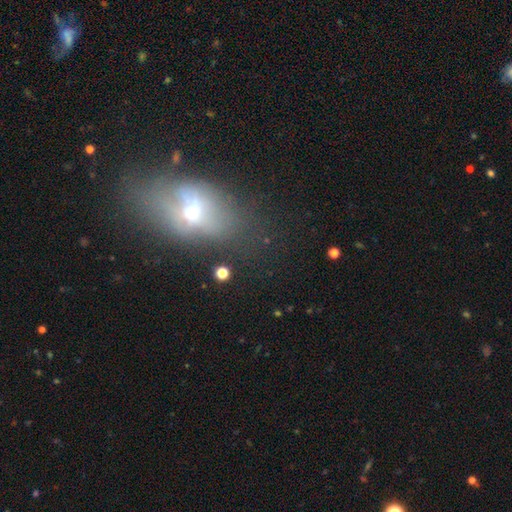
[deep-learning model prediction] smooth_or_featured: featured or disk (p=0.43) [alt: smooth p=0.40]
merging: none (p=0.62) [alt: minor disturbance p=0.21]